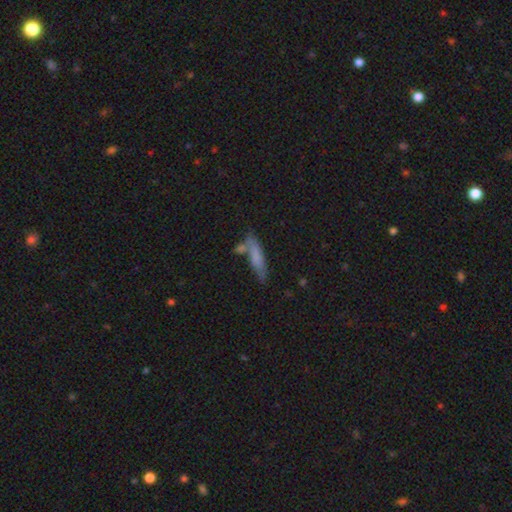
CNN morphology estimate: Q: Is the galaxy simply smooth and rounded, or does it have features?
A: smooth — 71%.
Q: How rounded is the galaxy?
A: cigar-shaped — 76%.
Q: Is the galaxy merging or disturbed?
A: none — 60%.